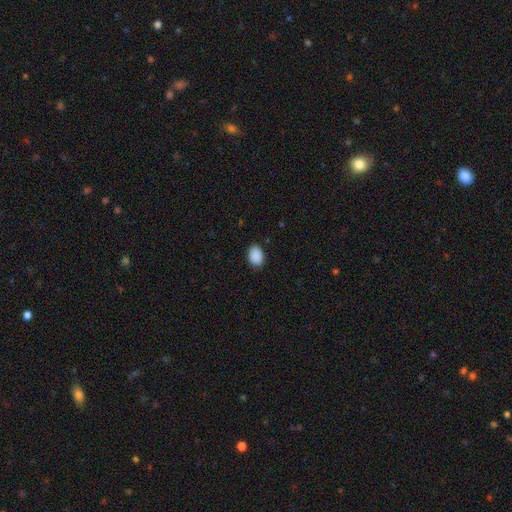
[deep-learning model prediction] A smooth galaxy with no disk features (90%) that is in between round and cigar-shaped (78%). Merging: none (87%).